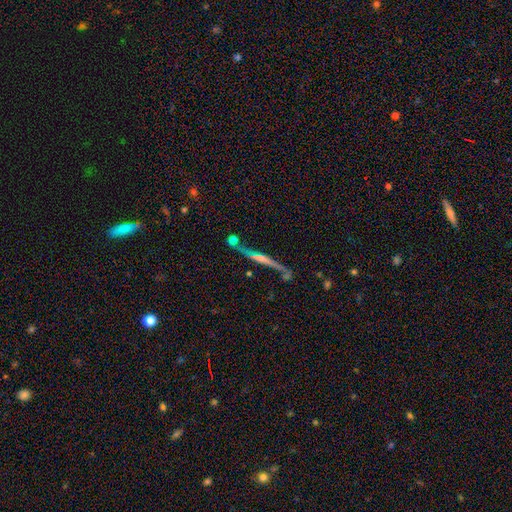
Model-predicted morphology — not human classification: Smooth or featured: featured or disk — 55% (star or artifact — 25%)
Edge-on disk: yes — 81% (no — 19%)
Merging: none — 70% (minor disturbance — 13%)